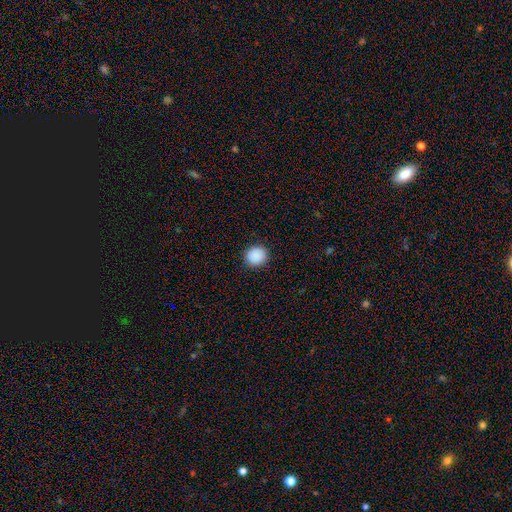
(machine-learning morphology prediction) This is clearly a smooth galaxy (90%). How rounded: clearly round (86%). Merging: clearly none (91%).